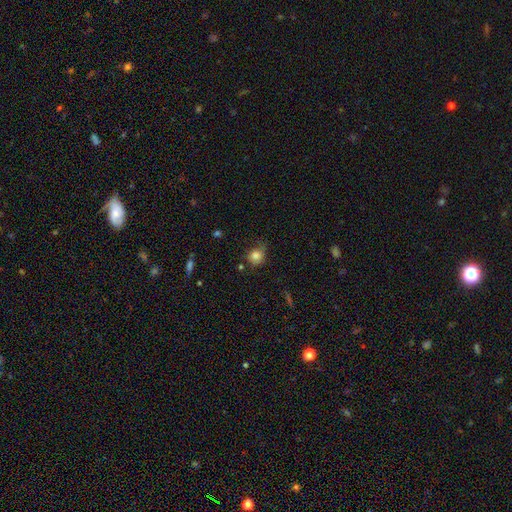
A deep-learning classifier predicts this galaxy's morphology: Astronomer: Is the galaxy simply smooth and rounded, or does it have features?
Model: smooth — 79%.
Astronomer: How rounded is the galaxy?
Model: round — 72%.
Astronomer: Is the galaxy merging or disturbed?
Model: none — 52% (runner-up: minor disturbance, 32%).